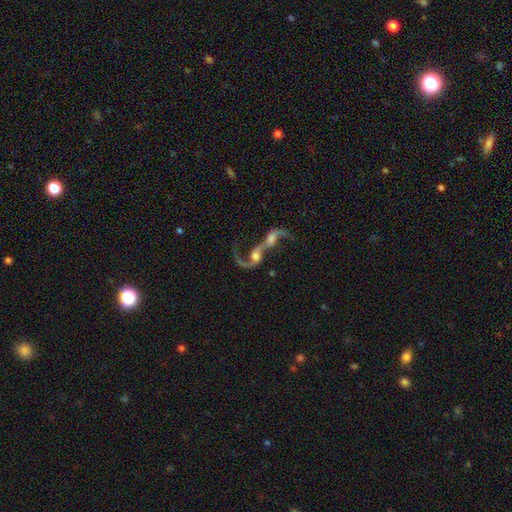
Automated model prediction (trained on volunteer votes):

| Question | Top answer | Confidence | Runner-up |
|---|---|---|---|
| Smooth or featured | featured or disk | 75% | smooth (15%) |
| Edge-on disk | no | 95% | yes (5%) |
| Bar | no | 61% | weak (28%) |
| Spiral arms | yes | 82% | no (18%) |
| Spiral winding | loose | 84% | medium (13%) |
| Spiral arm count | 2 | 62% | 1 (29%) |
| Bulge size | moderate | 45% | small (22%) |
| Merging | merger | 77% | none (10%) |